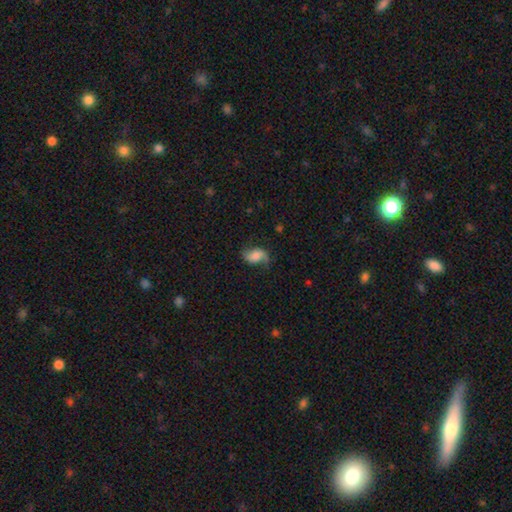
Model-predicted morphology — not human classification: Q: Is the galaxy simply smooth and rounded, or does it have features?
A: featured or disk — 48%.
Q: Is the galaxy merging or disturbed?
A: none — 62%.